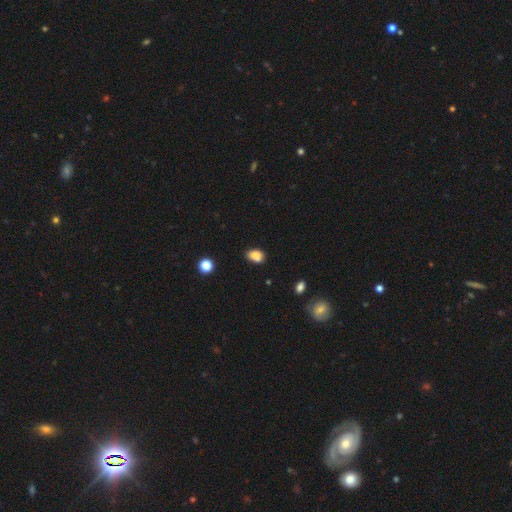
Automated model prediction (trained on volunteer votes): Smooth or featured? smooth (84%)
How rounded? in between (76%)
Merging? none (65%)